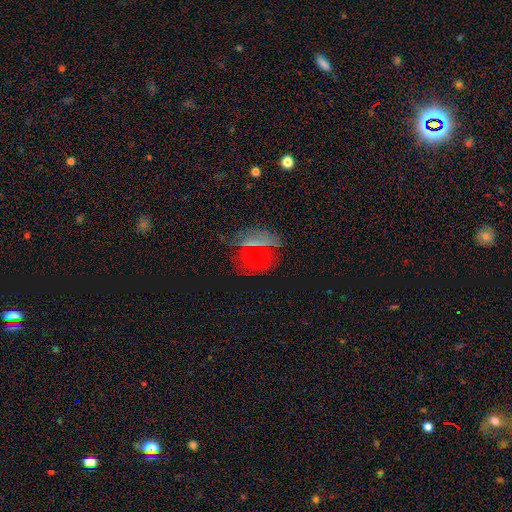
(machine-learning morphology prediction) type=smooth (47%); merging=none (75%).